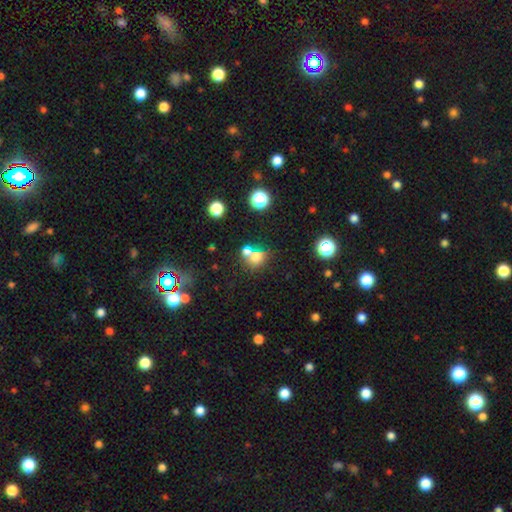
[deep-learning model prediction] A smooth galaxy with no disk features (65%) that is round (73%).

Vote fractions:
- Smooth or featured? smooth: 65% / star or artifact: 22% / featured or disk: 13%
- How rounded? round: 73% / in between: 25% / cigar-shaped: 1%
- Merging? none: 49% / merger: 36% / minor disturbance: 10% / major disturbance: 5%